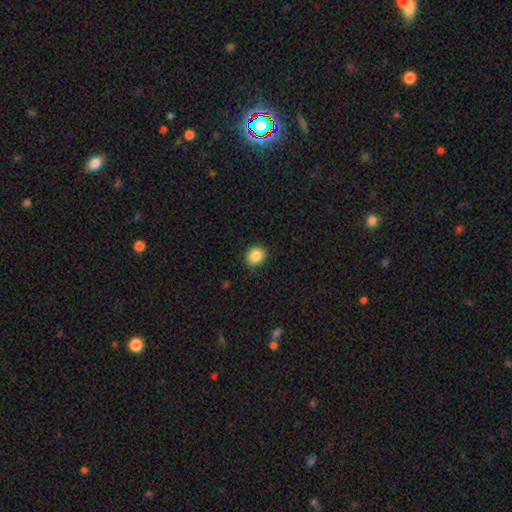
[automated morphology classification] smooth-or-featured: smooth: 86% | star or artifact: 9% | featured or disk: 4%
  how-rounded: round: 84% | in between: 15% | cigar-shaped: 1%
  merging: none: 90% | minor disturbance: 7% | major disturbance: 2% | merger: 1%